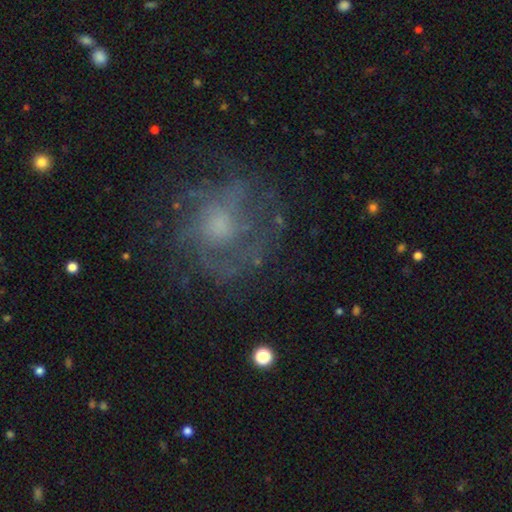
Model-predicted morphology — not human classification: Smooth or featured? featured or disk (67%)
Edge-on disk? no (97%)
Bar? no (77%)
Spiral arms? yes (76%)
Bulge size? moderate (46%)
Merging? none (69%)